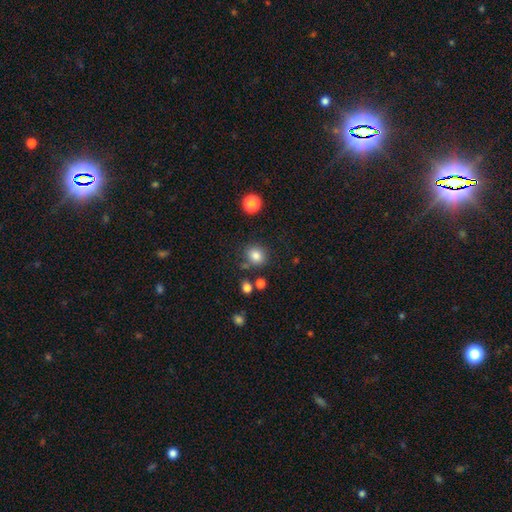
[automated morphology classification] Smooth or featured? smooth (83%)
How rounded? round (72%)
Merging? none (77%)